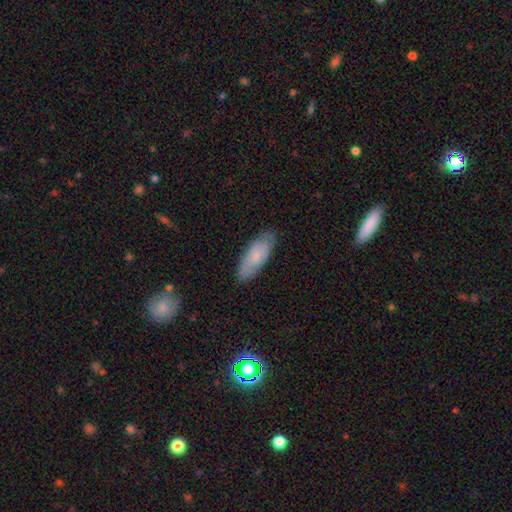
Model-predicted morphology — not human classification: smooth-or-featured: smooth: 69% | featured or disk: 24% | star or artifact: 7%
  how-rounded: in between: 73% | cigar-shaped: 26% | round: 2%
  merging: none: 80% | minor disturbance: 16% | major disturbance: 3% | merger: 1%